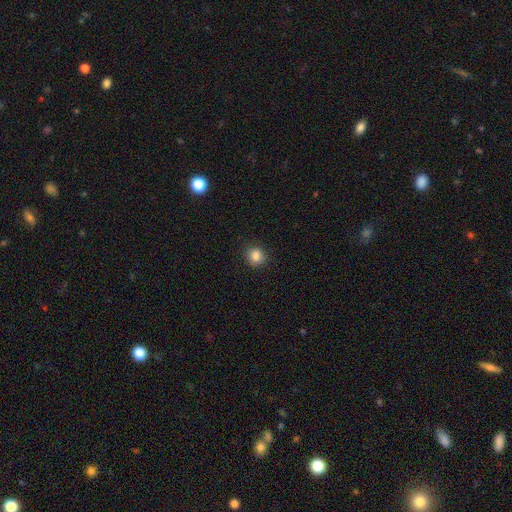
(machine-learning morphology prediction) Smooth or featured? smooth (85%)
How rounded? round (85%)
Merging? none (89%)